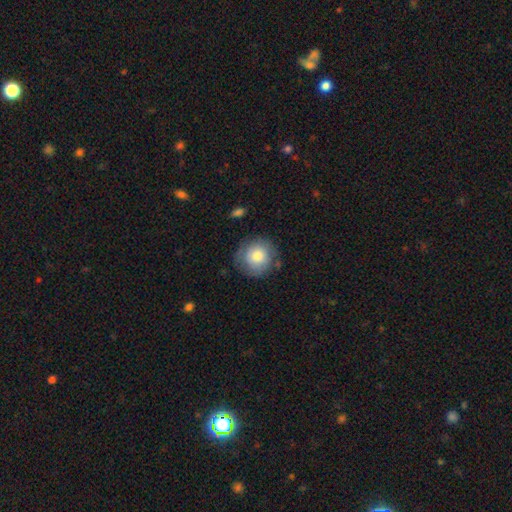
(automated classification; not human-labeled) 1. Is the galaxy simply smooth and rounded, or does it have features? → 78% smooth, 15% featured or disk, 8% star or artifact.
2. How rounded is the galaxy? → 91% round, 8% in between, 1% cigar-shaped.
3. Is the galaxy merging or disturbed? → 76% none, 17% minor disturbance, 5% major disturbance, 2% merger.